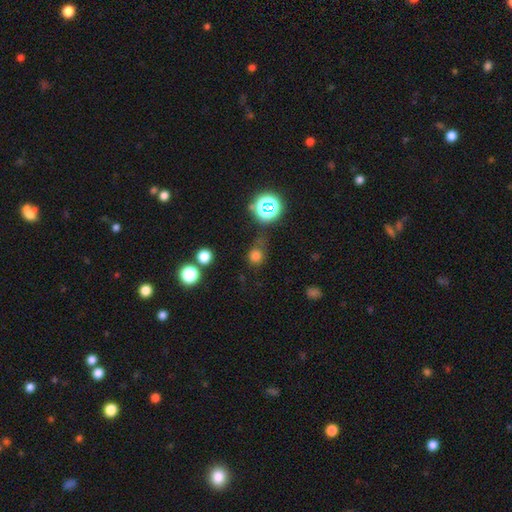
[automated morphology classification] A smooth galaxy with no disk features (70%) that is round (83%).

Vote fractions:
- Smooth or featured? smooth: 70% / star or artifact: 24% / featured or disk: 6%
- How rounded? round: 83% / in between: 16% / cigar-shaped: 1%
- Merging? none: 64% / minor disturbance: 20% / major disturbance: 9% / merger: 7%